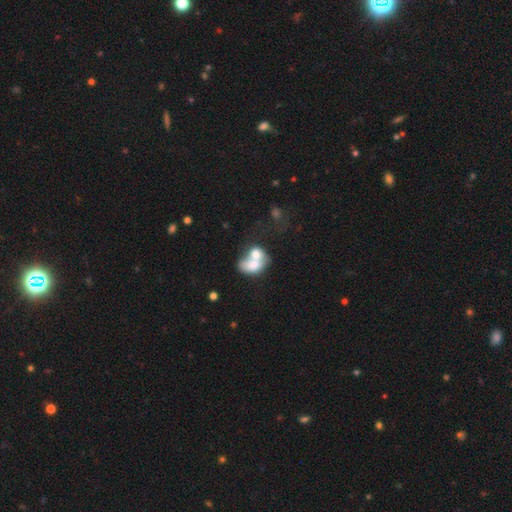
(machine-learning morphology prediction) smooth-or-featured: smooth: 62% | featured or disk: 28% | star or artifact: 9%
  how-rounded: in between: 69% | round: 30% | cigar-shaped: 1%
  merging: merger: 72% | none: 13% | major disturbance: 7% | minor disturbance: 7%